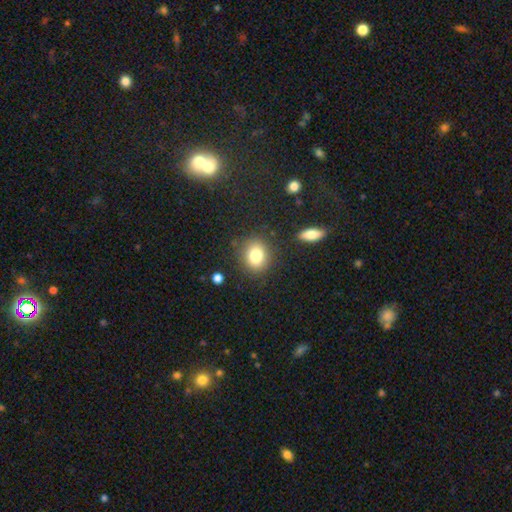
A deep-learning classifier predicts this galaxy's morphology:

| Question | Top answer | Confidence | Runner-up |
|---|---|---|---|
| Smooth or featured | smooth | 80% | star or artifact (11%) |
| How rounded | round | 64% | in between (35%) |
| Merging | none | 84% | minor disturbance (10%) |